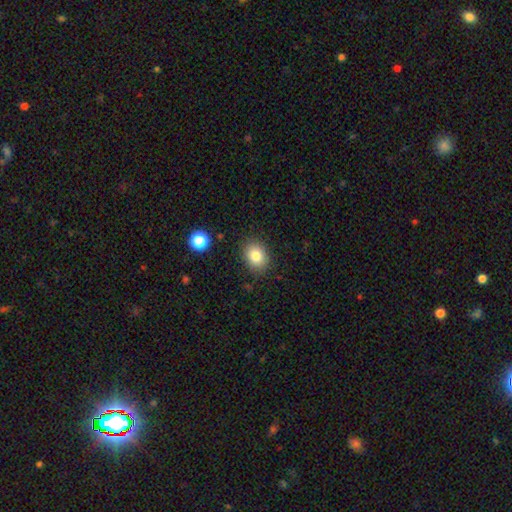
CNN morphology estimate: smooth 83%, star or artifact 10%, featured or disk 7%. Down the decision tree: how rounded — in between (57%); merging — none (86%).